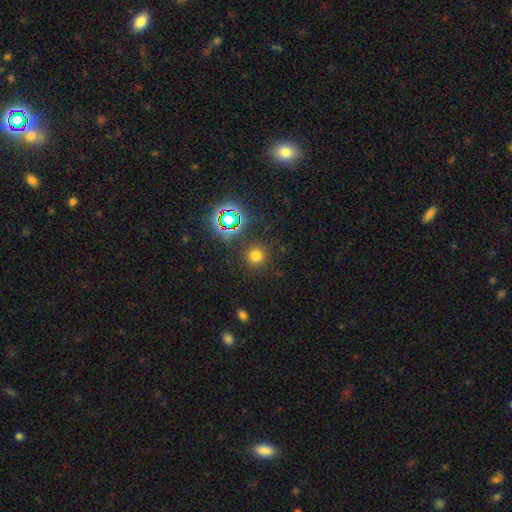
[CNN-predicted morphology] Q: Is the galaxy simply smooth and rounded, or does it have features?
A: smooth — 68%.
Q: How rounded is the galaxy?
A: round — 94%.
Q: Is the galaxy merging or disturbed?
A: none — 87%.